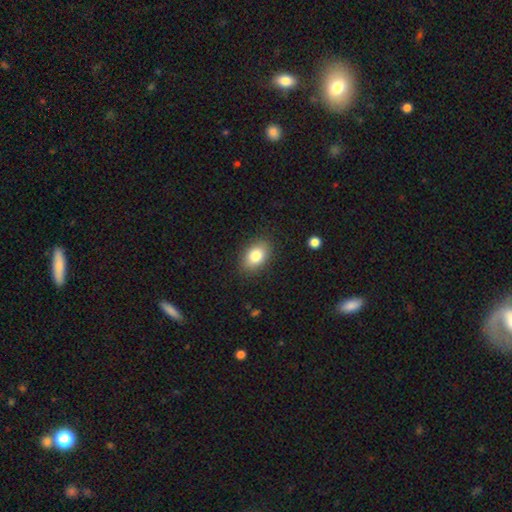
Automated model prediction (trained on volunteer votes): This appears to be a smooth galaxy with no disk features (82%) that is in between round and cigar-shaped (84%). Merging: none (86%).